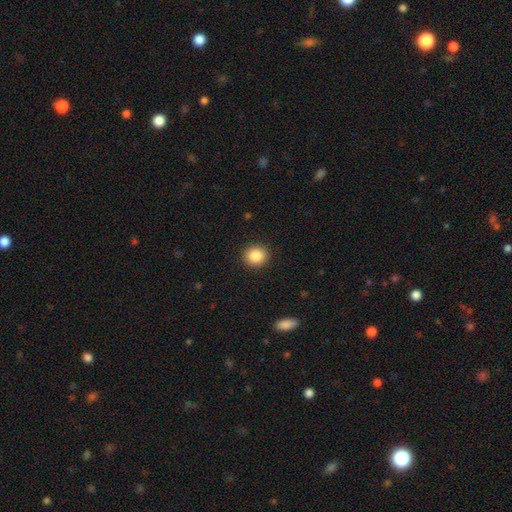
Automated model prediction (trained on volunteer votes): A smooth galaxy with no disk features (87%) that is round (84%). Merging: none (92%).